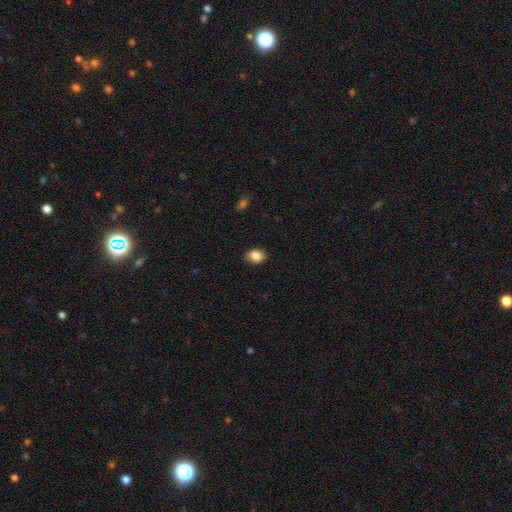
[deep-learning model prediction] Smooth or featured: smooth — 86% (star or artifact — 8%)
How rounded: in between — 67% (round — 32%)
Merging: none — 87% (minor disturbance — 10%)